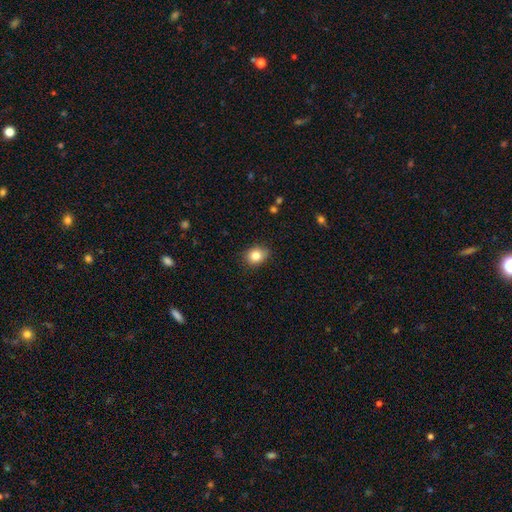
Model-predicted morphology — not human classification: A smooth galaxy with no disk features (83%) that is round (51%). Merging: none (83%).